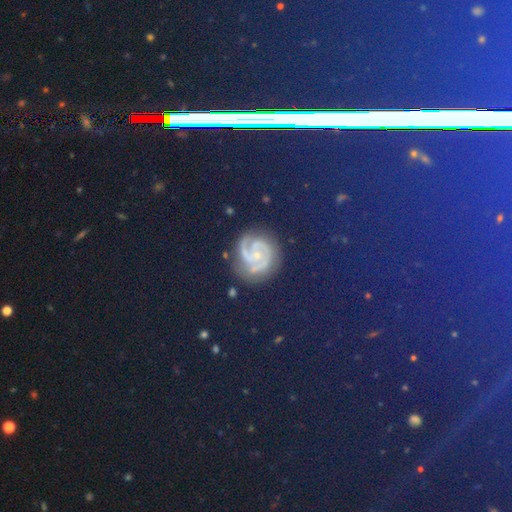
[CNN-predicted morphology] Smooth or featured? star or artifact (41%)